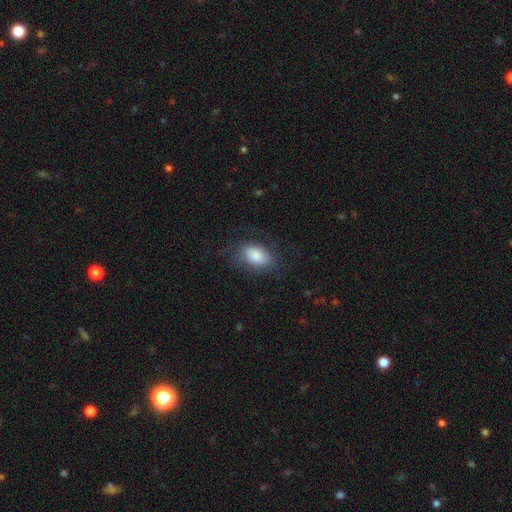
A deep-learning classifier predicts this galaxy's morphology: type=smooth (82%); roundness=in between (91%); merging=none (68%).